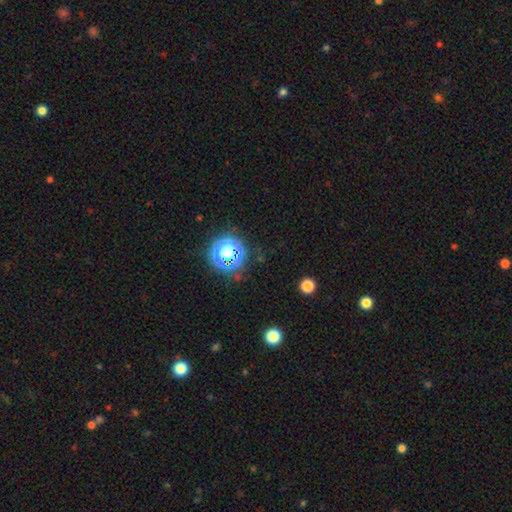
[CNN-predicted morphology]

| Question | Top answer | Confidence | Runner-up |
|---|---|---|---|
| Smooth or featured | star or artifact | 76% | smooth (17%) |